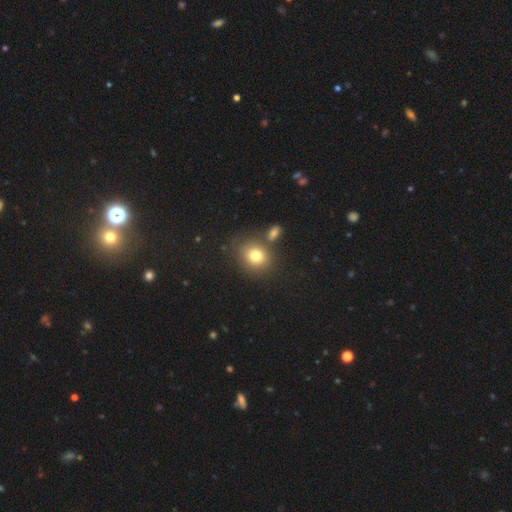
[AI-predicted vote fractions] Smooth or featured? smooth (78%)
How rounded? round (67%)
Merging? none (67%)